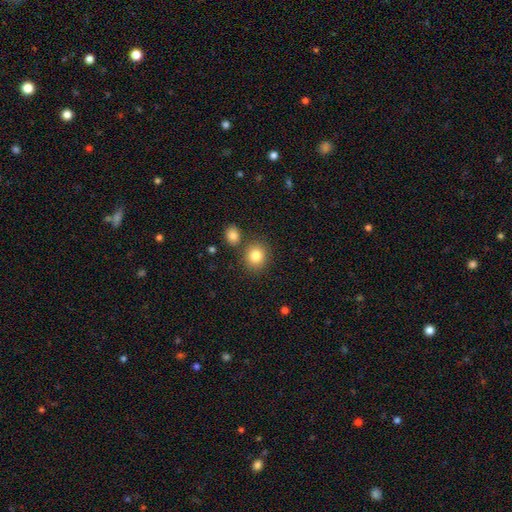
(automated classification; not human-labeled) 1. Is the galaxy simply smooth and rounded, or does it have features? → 84% smooth, 10% star or artifact, 6% featured or disk.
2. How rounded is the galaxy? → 77% round, 22% in between, 1% cigar-shaped.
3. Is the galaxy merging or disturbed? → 78% none, 10% merger, 9% minor disturbance, 3% major disturbance.